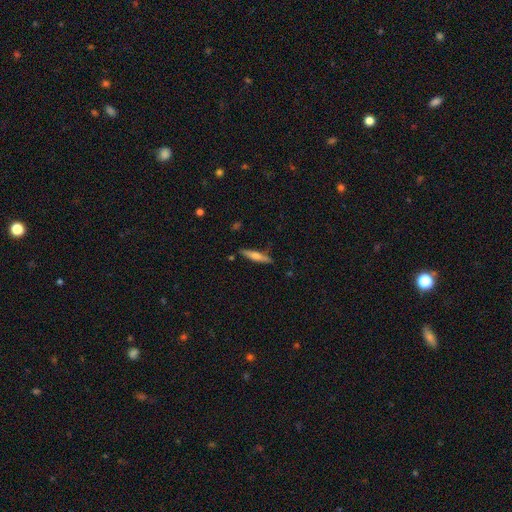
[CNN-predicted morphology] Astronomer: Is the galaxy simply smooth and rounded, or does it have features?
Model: smooth — 50% (runner-up: featured or disk, 44%).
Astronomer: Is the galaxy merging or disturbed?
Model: none — 84%.